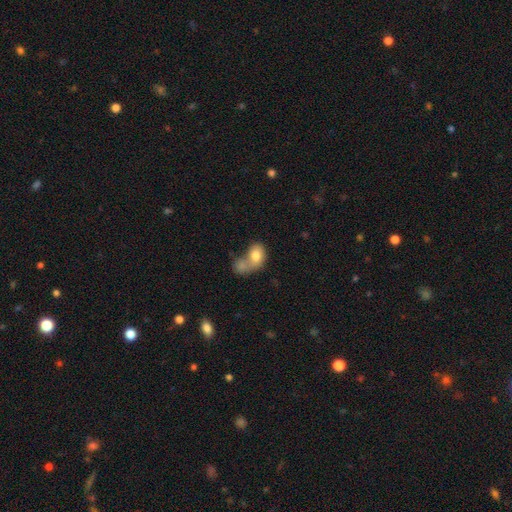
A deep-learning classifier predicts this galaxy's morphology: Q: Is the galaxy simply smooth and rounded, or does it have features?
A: smooth — 77%.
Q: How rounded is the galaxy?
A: in between — 70%.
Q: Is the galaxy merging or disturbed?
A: merger — 64%.